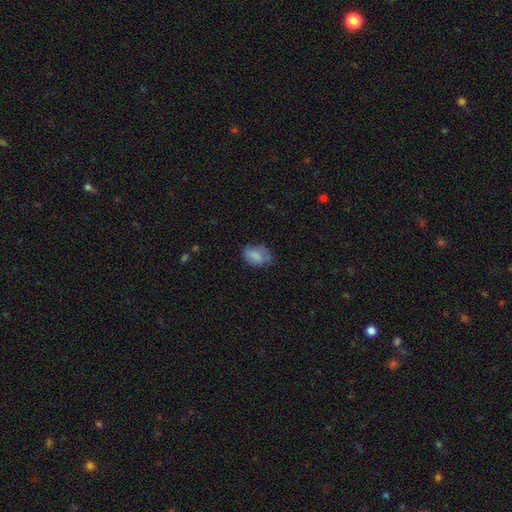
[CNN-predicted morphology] Smooth or featured? smooth (78%)
How rounded? in between (79%)
Merging? none (54%)